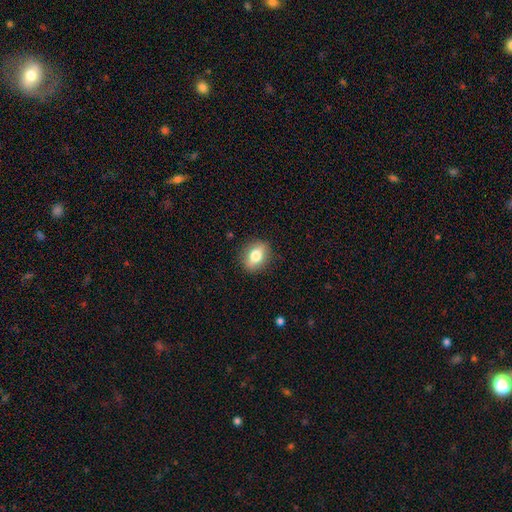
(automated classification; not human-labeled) smooth-or-featured: smooth: 71% | featured or disk: 21% | star or artifact: 8%
  how-rounded: in between: 61% | round: 36% | cigar-shaped: 3%
  merging: none: 86% | minor disturbance: 10% | major disturbance: 3% | merger: 1%